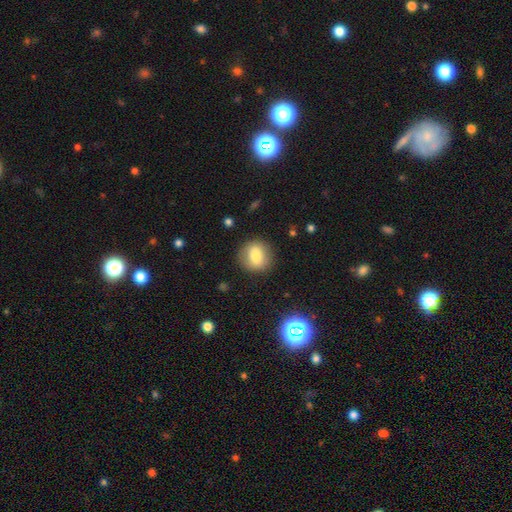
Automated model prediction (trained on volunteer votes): Overall: smooth (75%). How rounded: round (84%). Merging: none (86%).